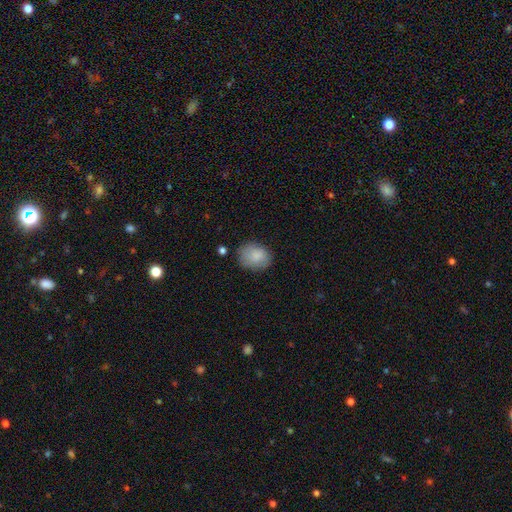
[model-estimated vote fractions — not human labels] Q: Smooth or featured?
A: smooth (83%); runner-up: featured or disk (10%)
Q: How rounded?
A: in between (52%); runner-up: round (47%)
Q: Merging?
A: none (73%); runner-up: minor disturbance (19%)